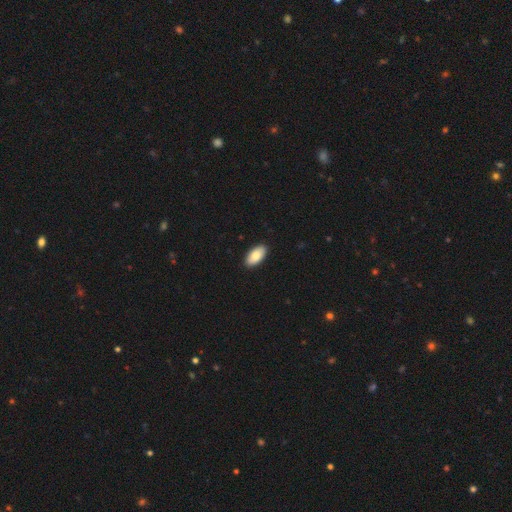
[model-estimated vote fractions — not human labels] smooth-or-featured: smooth: 83% | featured or disk: 11% | star or artifact: 6%
  how-rounded: in between: 95% | cigar-shaped: 3% | round: 2%
  merging: none: 91% | minor disturbance: 7% | major disturbance: 1% | merger: 1%